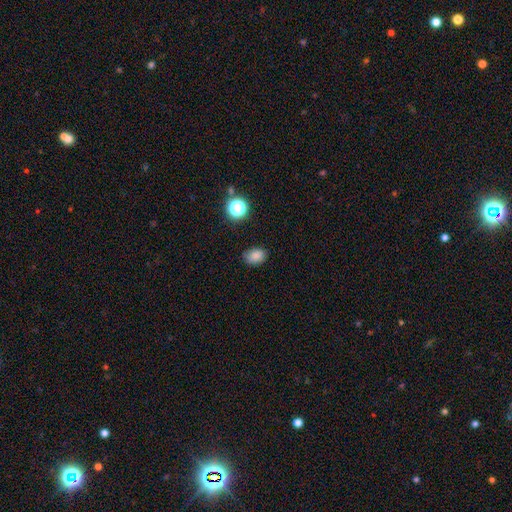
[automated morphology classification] Smooth or featured? smooth (82%)
How rounded? in between (71%)
Merging? none (77%)